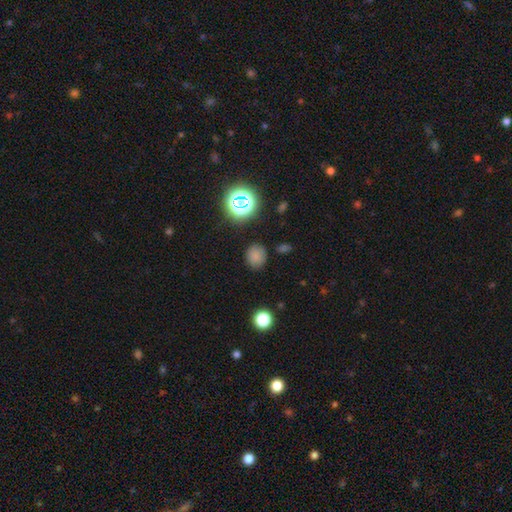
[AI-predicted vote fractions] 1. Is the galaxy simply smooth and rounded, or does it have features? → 76% smooth, 19% star or artifact, 5% featured or disk.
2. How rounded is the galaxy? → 76% round, 23% in between, 1% cigar-shaped.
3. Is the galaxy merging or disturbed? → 82% none, 12% minor disturbance, 4% major disturbance, 2% merger.